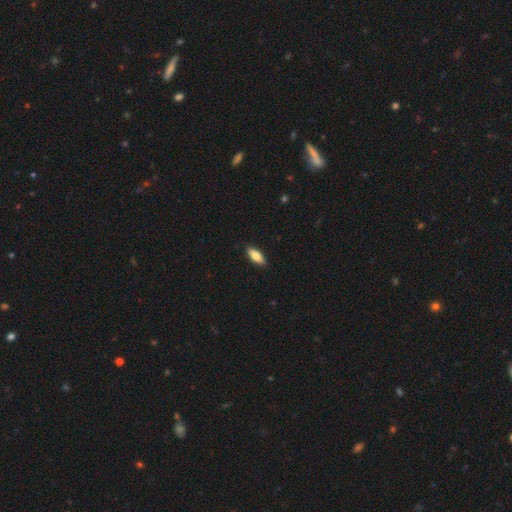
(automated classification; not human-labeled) smooth 77%, featured or disk 18%, star or artifact 6%. Down the decision tree: how rounded — in between (72%); merging — none (89%).